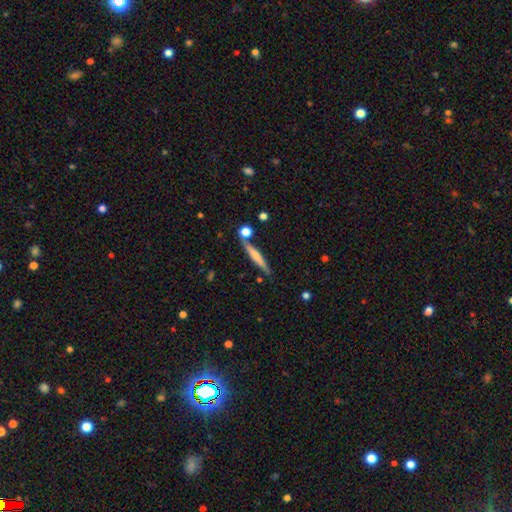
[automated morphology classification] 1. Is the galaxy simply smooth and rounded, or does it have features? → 55% smooth, 38% featured or disk, 7% star or artifact.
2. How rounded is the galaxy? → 93% cigar-shaped, 5% in between, 2% round.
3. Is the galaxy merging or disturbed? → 74% none, 12% minor disturbance, 10% merger, 3% major disturbance.